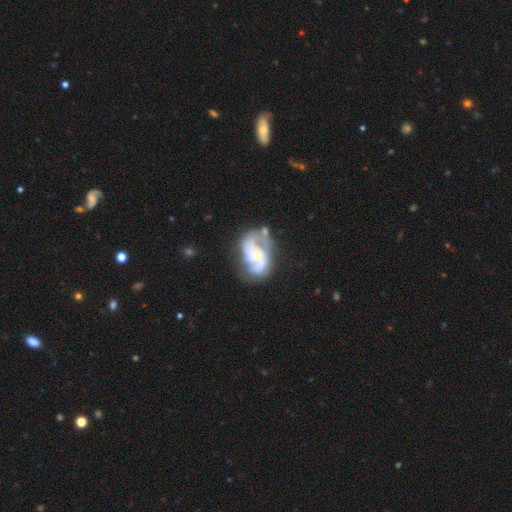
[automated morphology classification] smooth-or-featured: featured or disk: 81% | smooth: 13% | star or artifact: 6%
  disk-edge-on: no: 97% | yes: 3%
    bar: no: 61% | weak: 31% | strong: 8%
    has-spiral-arms: yes: 88% | no: 12%
      spiral-winding: medium: 48% | tight: 27% | loose: 25%
      spiral-arm-count: 2: 67% | can't tell: 15% | 3: 10% | 1: 4% | 4: 2% | more than 4: 2%
    bulge-size: small: 61% | moderate: 29% | none: 6% | large: 3% | dominant: 1%
  merging: none: 48% | minor disturbance: 23% | major disturbance: 19% | merger: 10%